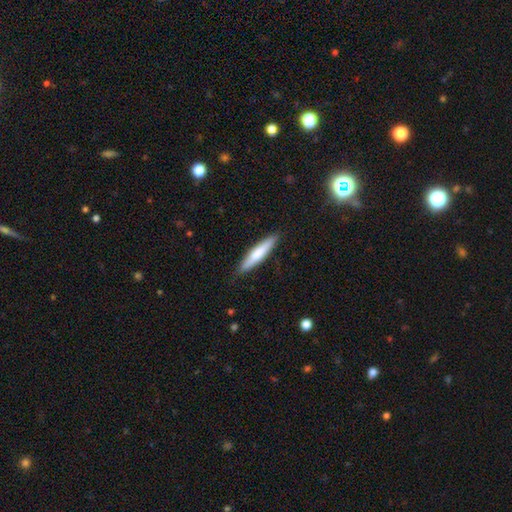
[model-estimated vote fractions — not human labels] smooth_or_featured: smooth (p=0.65) [alt: featured or disk p=0.29]
how_rounded: cigar-shaped (p=0.88) [alt: in between p=0.11]
merging: none (p=0.88) [alt: minor disturbance p=0.09]